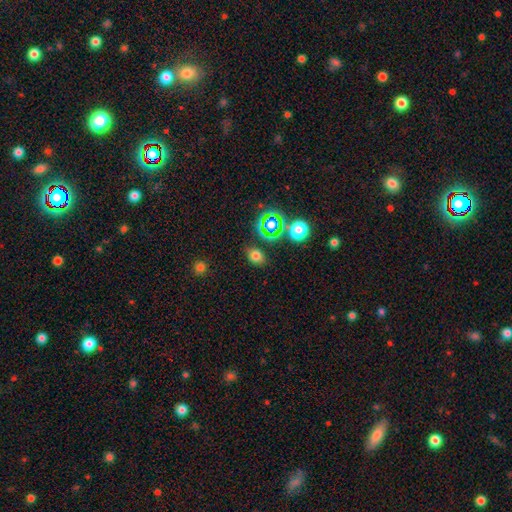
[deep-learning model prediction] The model was most divided on "how rounded": in between: 56%, round: 43%, cigar-shaped: 1%. More confident: merging — none (82%); smooth or featured — smooth (71%).